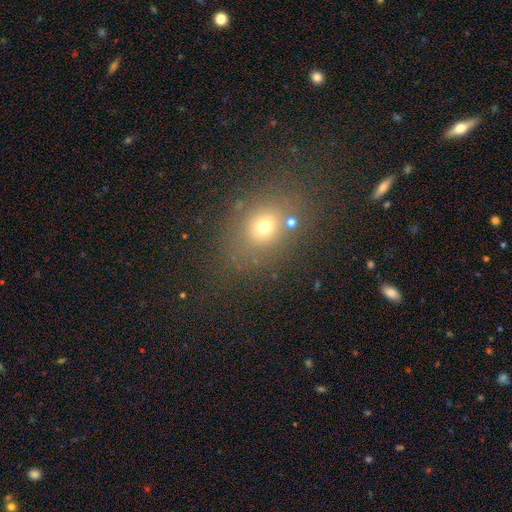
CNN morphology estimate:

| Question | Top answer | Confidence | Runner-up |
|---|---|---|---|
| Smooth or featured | smooth | 60% | star or artifact (29%) |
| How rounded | round | 50% | in between (48%) |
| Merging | none | 78% | minor disturbance (11%) |